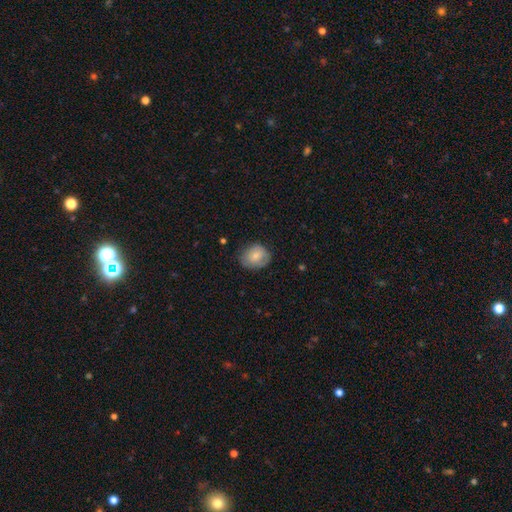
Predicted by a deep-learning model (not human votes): Smooth or featured? smooth (73%)
How rounded? round (63%)
Merging? none (68%)